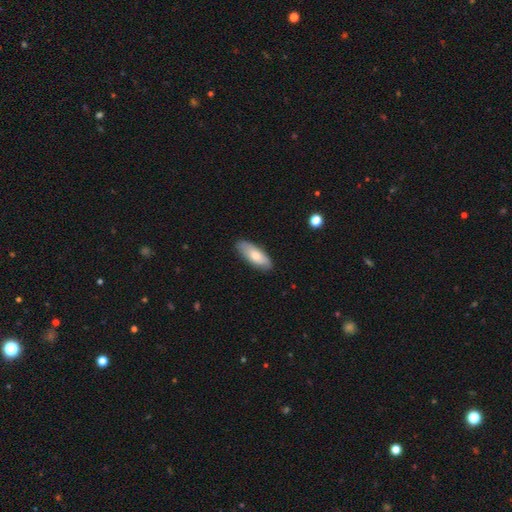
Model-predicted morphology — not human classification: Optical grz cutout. It shows a smooth galaxy with no disk features (74%) that is in between round and cigar-shaped (75%). Merging: none (83%).